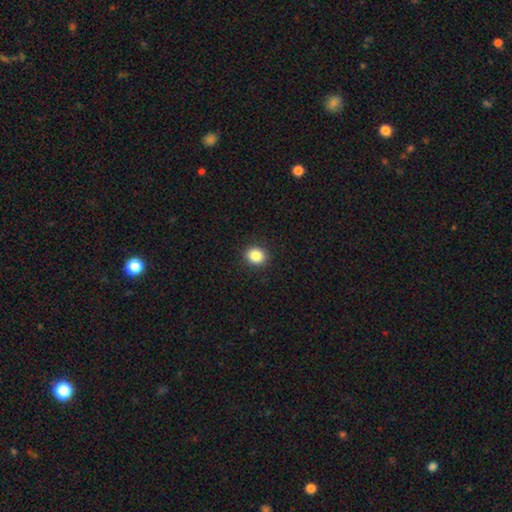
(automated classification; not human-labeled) smooth 86%, star or artifact 10%, featured or disk 5%. Down the decision tree: how rounded — round (72%); merging — none (91%).